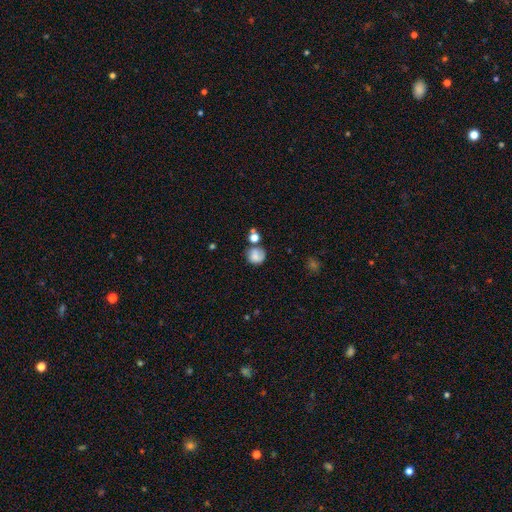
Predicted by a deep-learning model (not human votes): This appears to be a smooth galaxy with no disk features (72%) that is round (80%). Merging: none (54%).